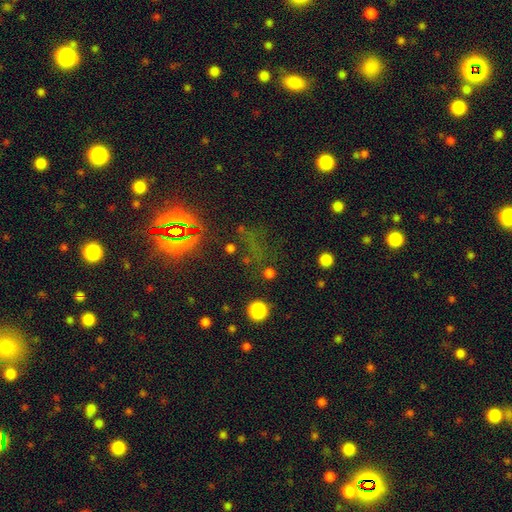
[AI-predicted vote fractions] Q: Smooth or featured?
A: star or artifact (64%); runner-up: smooth (26%)